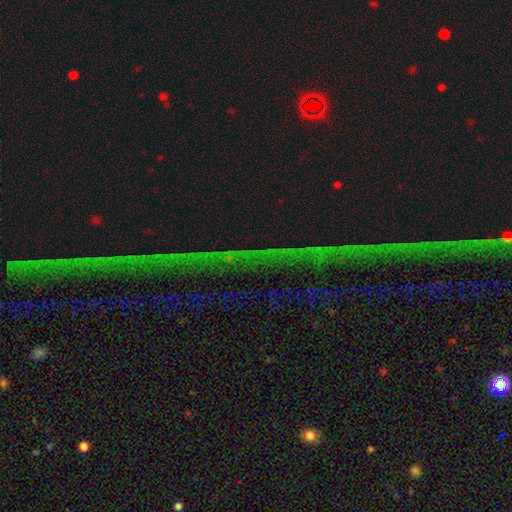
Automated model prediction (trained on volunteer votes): This appears to be a star or artifact, not a galaxy (85%).